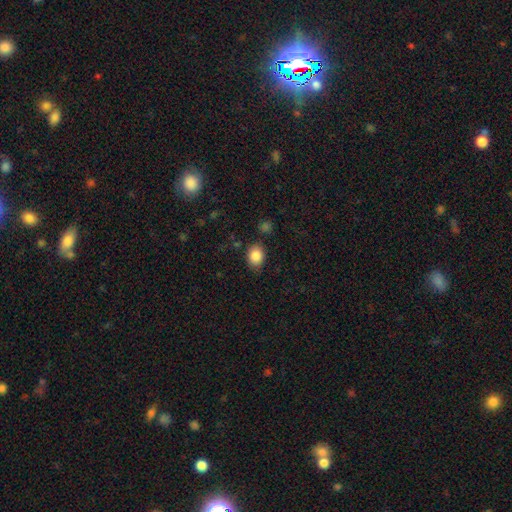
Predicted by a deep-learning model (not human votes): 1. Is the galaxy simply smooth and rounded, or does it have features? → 86% smooth, 9% star or artifact, 5% featured or disk.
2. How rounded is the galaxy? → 57% in between, 42% round, 1% cigar-shaped.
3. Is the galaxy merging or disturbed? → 79% none, 15% minor disturbance, 4% major disturbance, 3% merger.